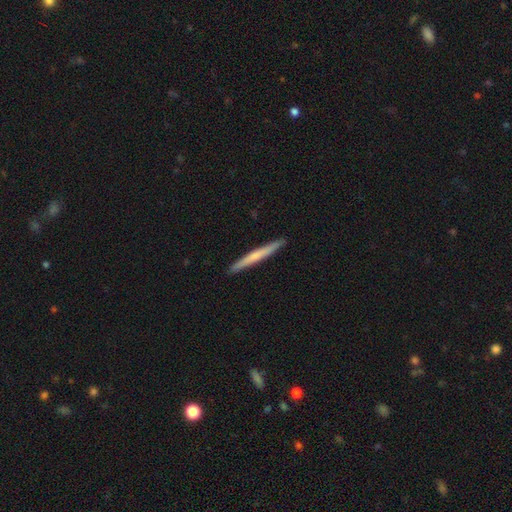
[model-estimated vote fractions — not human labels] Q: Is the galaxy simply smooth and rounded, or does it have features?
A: smooth — 52%.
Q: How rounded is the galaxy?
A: cigar-shaped — 97%.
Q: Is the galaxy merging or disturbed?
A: none — 92%.